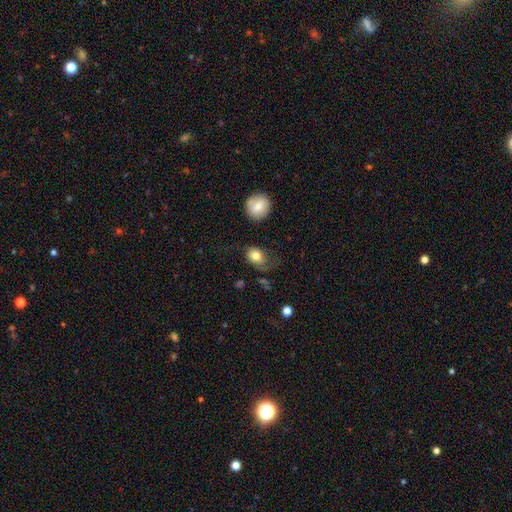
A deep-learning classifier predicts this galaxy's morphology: This appears to be a smooth galaxy with no disk features (78%) that is in between round and cigar-shaped (60%). Merging: none (46%).